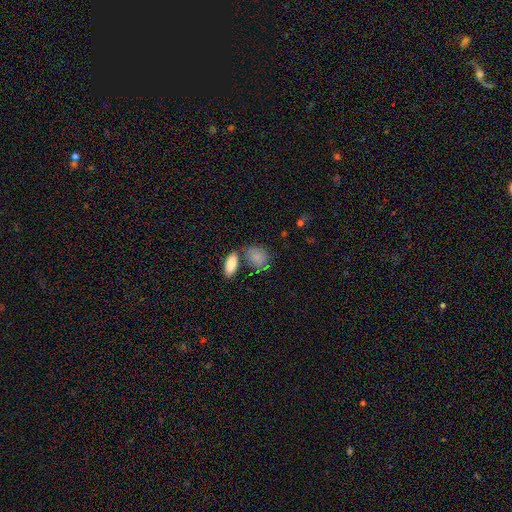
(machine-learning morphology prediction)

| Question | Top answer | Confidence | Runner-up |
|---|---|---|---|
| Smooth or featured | smooth | 85% | featured or disk (8%) |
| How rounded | in between | 72% | round (26%) |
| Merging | none | 55% | merger (21%) |